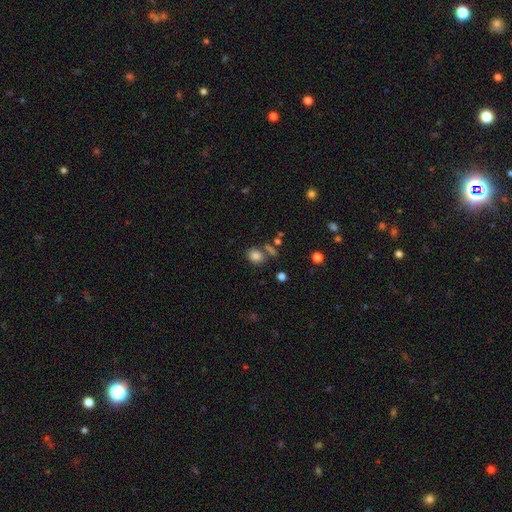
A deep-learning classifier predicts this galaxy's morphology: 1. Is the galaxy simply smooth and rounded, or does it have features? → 81% smooth, 12% star or artifact, 6% featured or disk.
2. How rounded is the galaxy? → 53% round, 45% in between, 1% cigar-shaped.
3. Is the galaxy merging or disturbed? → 68% none, 13% minor disturbance, 13% merger, 5% major disturbance.